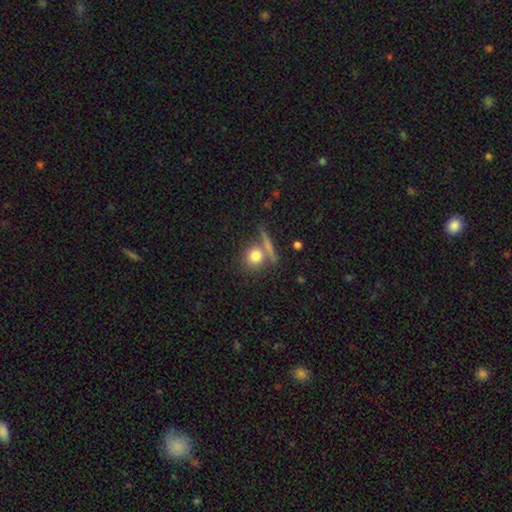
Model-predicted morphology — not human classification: smooth-or-featured: smooth: 78% | featured or disk: 13% | star or artifact: 9%
  how-rounded: round: 82% | in between: 13% | cigar-shaped: 4%
  merging: none: 59% | merger: 25% | minor disturbance: 11% | major disturbance: 5%